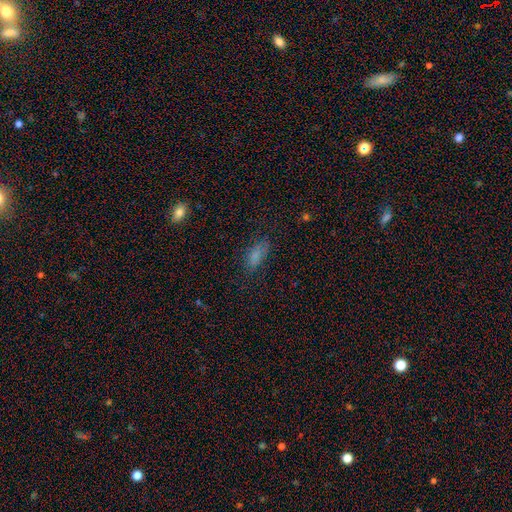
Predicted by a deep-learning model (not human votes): A smooth galaxy with no disk features (75%) that is in between round and cigar-shaped (83%).

Vote fractions:
- Smooth or featured? smooth: 75% / star or artifact: 16% / featured or disk: 9%
- How rounded? in between: 83% / cigar-shaped: 13% / round: 4%
- Merging? none: 68% / minor disturbance: 21% / major disturbance: 8% / merger: 2%